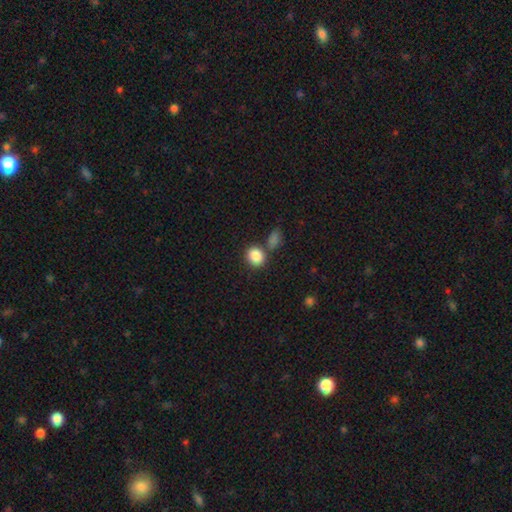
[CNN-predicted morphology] Smooth or featured?
  - smooth: 87% *
  - star or artifact: 9%
  - featured or disk: 4%
How rounded?
  - round: 61% *
  - in between: 37%
  - cigar-shaped: 1%
Merging?
  - none: 64% *
  - merger: 21%
  - minor disturbance: 11%
  - major disturbance: 4%